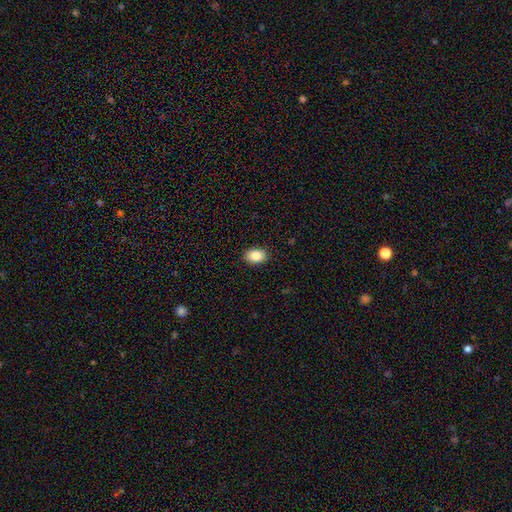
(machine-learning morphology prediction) Smooth or featured?
  - smooth: 87% *
  - star or artifact: 8%
  - featured or disk: 5%
How rounded?
  - in between: 79% *
  - round: 20%
  - cigar-shaped: 1%
Merging?
  - none: 90% *
  - minor disturbance: 8%
  - major disturbance: 2%
  - merger: 1%